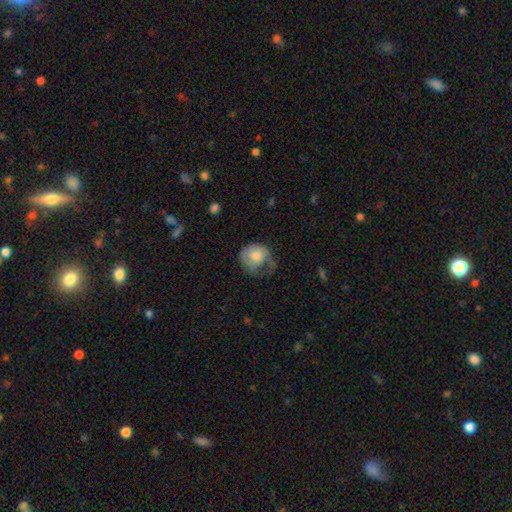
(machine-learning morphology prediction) A smooth galaxy with no disk features (63%) that is round (69%). Merging: major disturbance (40%).